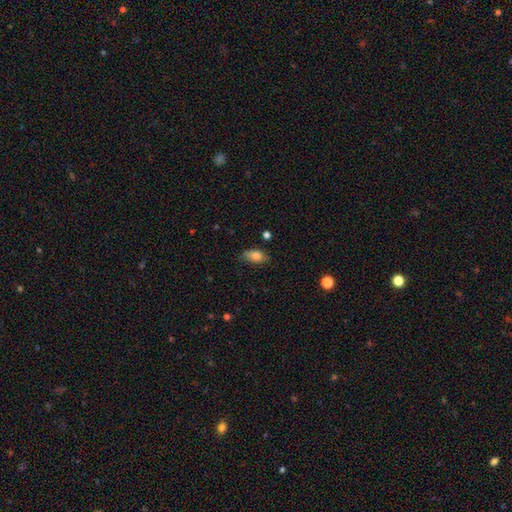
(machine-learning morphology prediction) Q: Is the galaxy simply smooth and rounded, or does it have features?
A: smooth — 79%.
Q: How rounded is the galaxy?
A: in between — 88%.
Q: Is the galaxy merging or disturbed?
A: none — 68%.